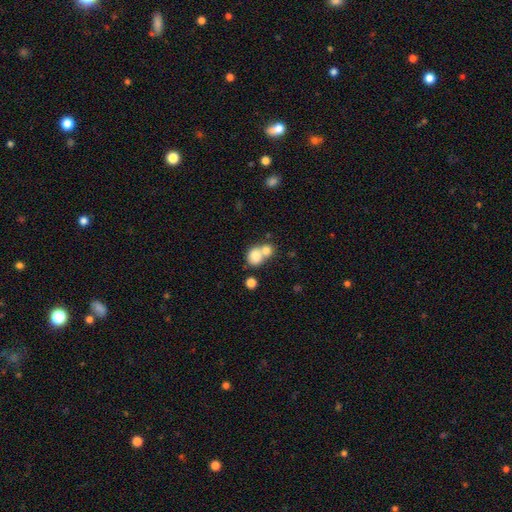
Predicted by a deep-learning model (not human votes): Smooth or featured? smooth (76%)
How rounded? round (69%)
Merging? merger (63%)